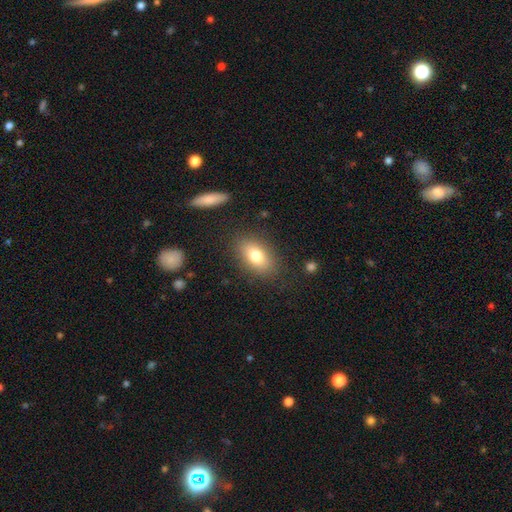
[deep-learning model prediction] smooth-or-featured: smooth: 76% | featured or disk: 14% | star or artifact: 9%
  how-rounded: in between: 85% | round: 11% | cigar-shaped: 4%
  merging: none: 83% | minor disturbance: 11% | major disturbance: 4% | merger: 2%